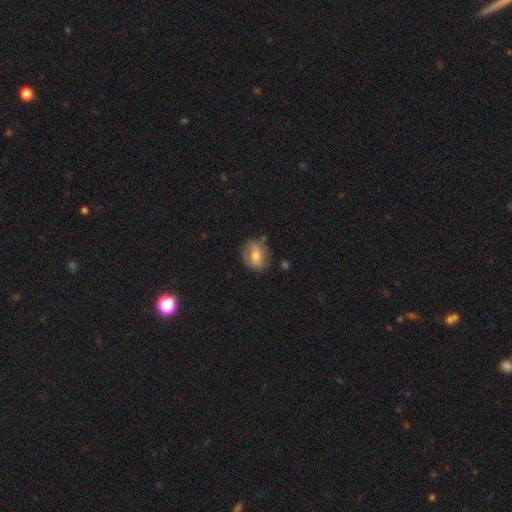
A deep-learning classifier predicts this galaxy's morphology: A smooth galaxy with no disk features (56%) that is in between round and cigar-shaped (51%).

Vote fractions:
- Smooth or featured? smooth: 56% / featured or disk: 35% / star or artifact: 8%
- How rounded? in between: 51% / round: 48% / cigar-shaped: 2%
- Merging? none: 72% / minor disturbance: 20% / major disturbance: 5% / merger: 3%